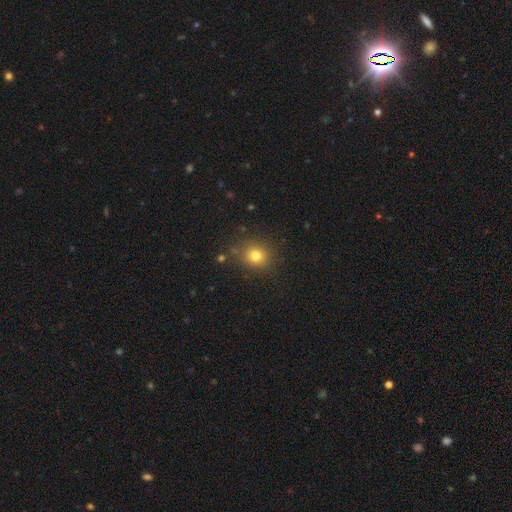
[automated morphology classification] Smooth or featured? Predicted: smooth (p=0.78). How rounded? Predicted: round (p=0.84). Merging? Predicted: none (p=0.85).